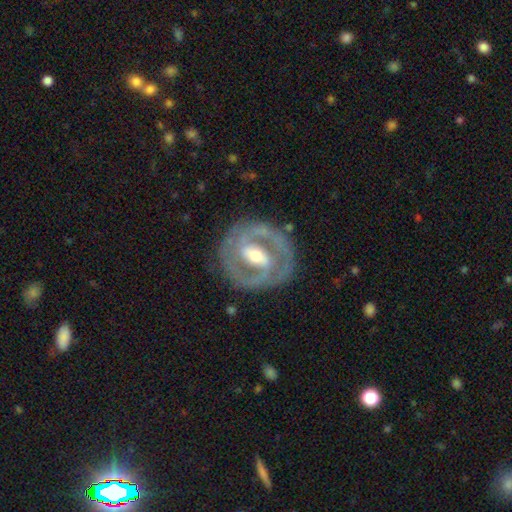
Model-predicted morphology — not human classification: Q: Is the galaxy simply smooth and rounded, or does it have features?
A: featured or disk — 84%.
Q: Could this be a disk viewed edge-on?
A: no — 96%.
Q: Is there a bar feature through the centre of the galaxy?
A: strong — 49%.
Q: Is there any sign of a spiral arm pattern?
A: yes — 76%.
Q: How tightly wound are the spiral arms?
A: tight — 57%.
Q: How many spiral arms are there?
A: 2 — 79%.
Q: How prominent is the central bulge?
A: moderate — 66%.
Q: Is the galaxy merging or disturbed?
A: none — 82%.